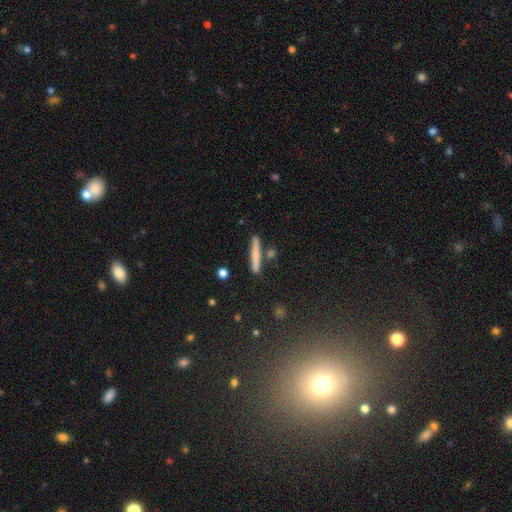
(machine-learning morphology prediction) smooth 63%, featured or disk 30%, star or artifact 7%. Down the decision tree: how rounded — cigar-shaped (93%); merging — none (82%).